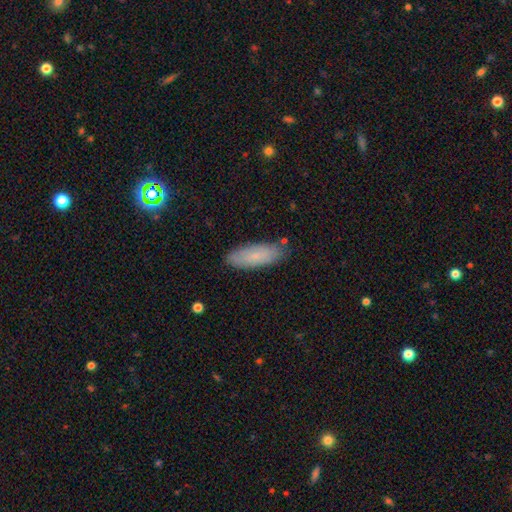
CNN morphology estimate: Smooth or featured? smooth (78%)
How rounded? in between (65%)
Merging? none (84%)